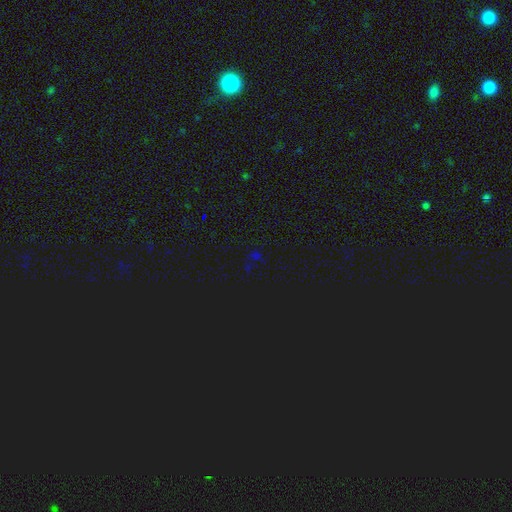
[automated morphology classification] This is likely a star or artifact rather than a galaxy (70%).